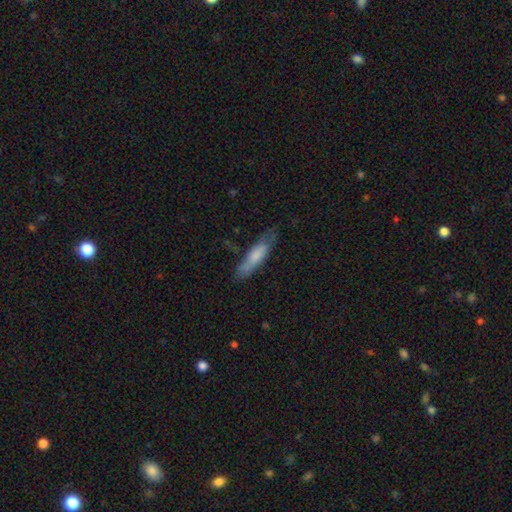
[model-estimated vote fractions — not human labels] A smooth galaxy with no disk features (67%) that is cigar-shaped (71%). Merging: none (61%).